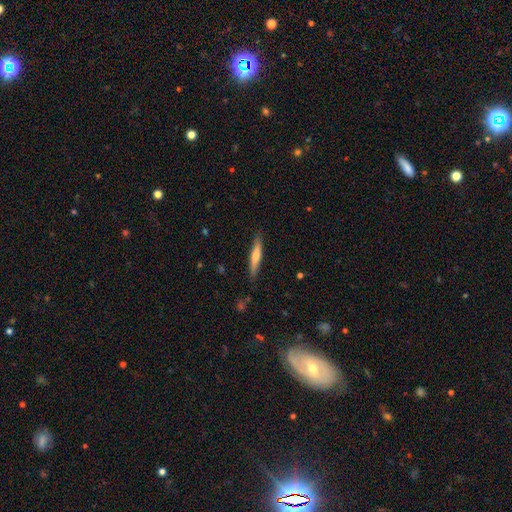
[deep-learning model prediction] smooth 50%, featured or disk 44%, star or artifact 6%. Down the decision tree: how rounded — cigar-shaped (92%); merging — none (88%).